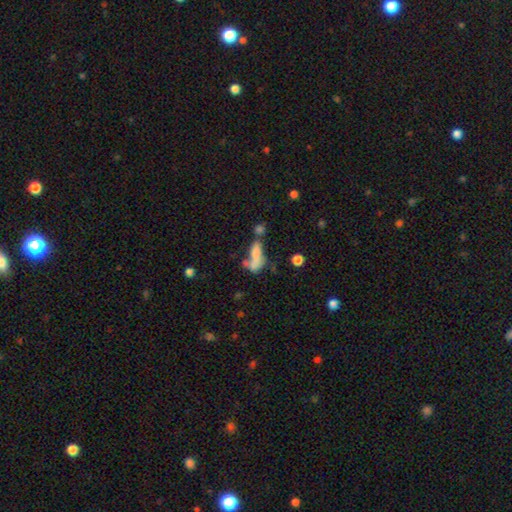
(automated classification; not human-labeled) Overall: smooth (65%). How rounded: in between (61%; cigar-shaped 33%). Merging: merger (44%; none 24%).